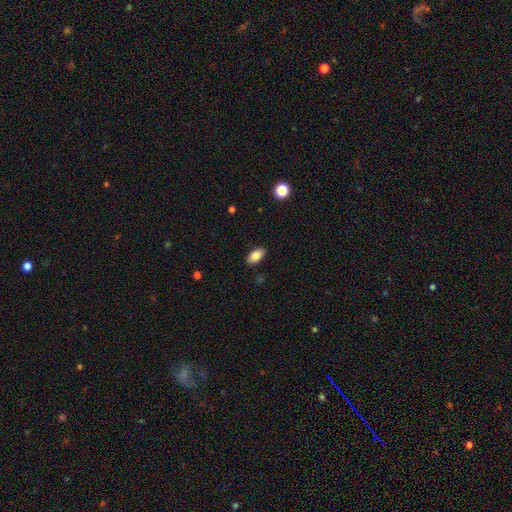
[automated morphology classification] Q: Smooth or featured?
A: smooth (84%); runner-up: star or artifact (8%)
Q: How rounded?
A: in between (92%); runner-up: round (5%)
Q: Merging?
A: none (88%); runner-up: minor disturbance (9%)